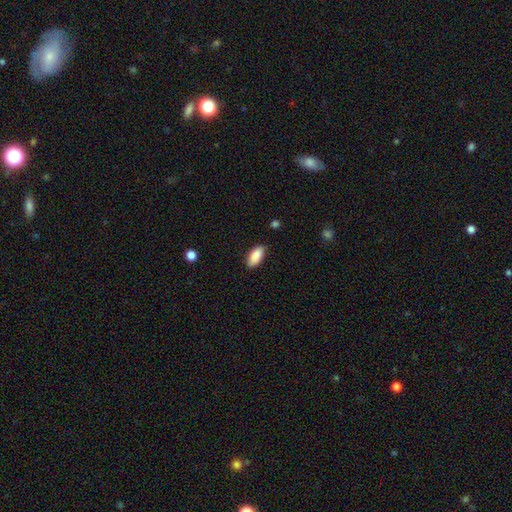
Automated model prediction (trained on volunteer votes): smooth_or_featured: smooth (p=0.88) [alt: star or artifact p=0.06]
how_rounded: in between (p=0.89) [alt: cigar-shaped p=0.09]
merging: none (p=0.85) [alt: minor disturbance p=0.12]